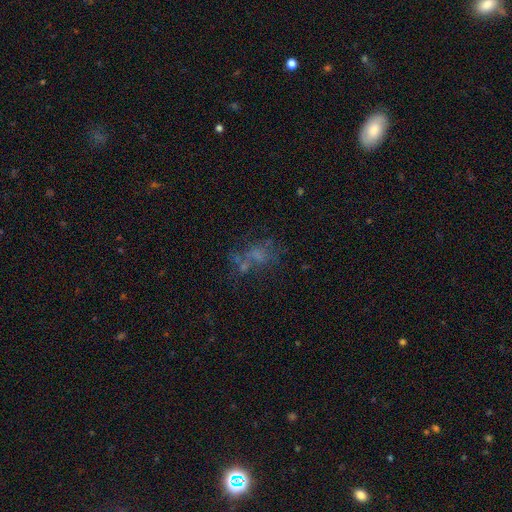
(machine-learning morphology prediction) Overall: smooth (38%; featured or disk 34%). Merging: none (44%; major disturbance 22%).